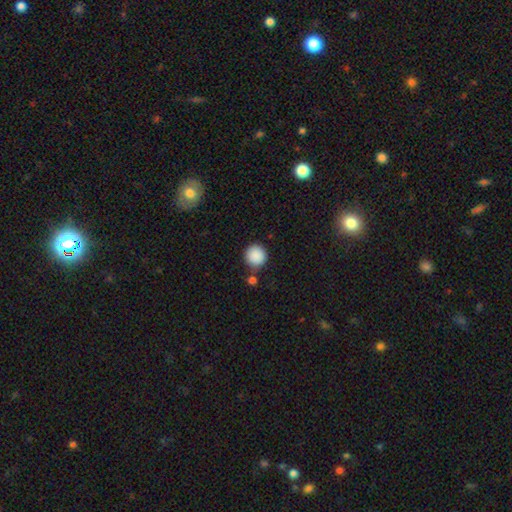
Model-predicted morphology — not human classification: smooth_or_featured: smooth (p=0.89) [alt: star or artifact p=0.08]
how_rounded: round (p=0.93) [alt: in between p=0.06]
merging: none (p=0.80) [alt: minor disturbance p=0.09]